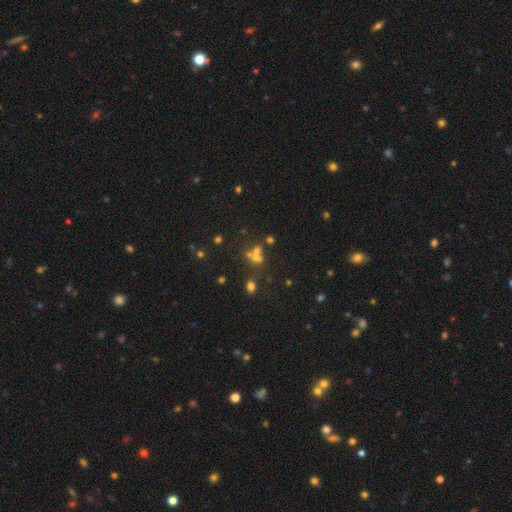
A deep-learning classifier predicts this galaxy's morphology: A star or artifact, not a galaxy (42%).

Vote fractions:
- Smooth or featured? star or artifact: 42% / smooth: 40% / featured or disk: 19%